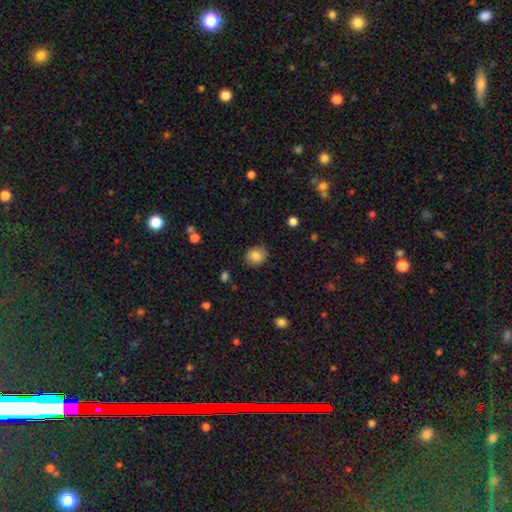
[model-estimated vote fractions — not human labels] Q: Smooth or featured?
A: smooth (83%); runner-up: star or artifact (9%)
Q: How rounded?
A: round (63%); runner-up: in between (36%)
Q: Merging?
A: none (85%); runner-up: minor disturbance (11%)